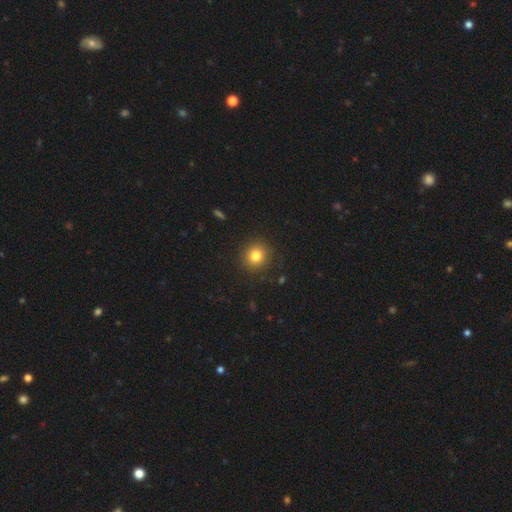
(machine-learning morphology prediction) Smooth or featured?
  - smooth: 82% *
  - star or artifact: 12%
  - featured or disk: 7%
How rounded?
  - round: 91% *
  - in between: 8%
  - cigar-shaped: 1%
Merging?
  - none: 90% *
  - minor disturbance: 6%
  - major disturbance: 2%
  - merger: 1%